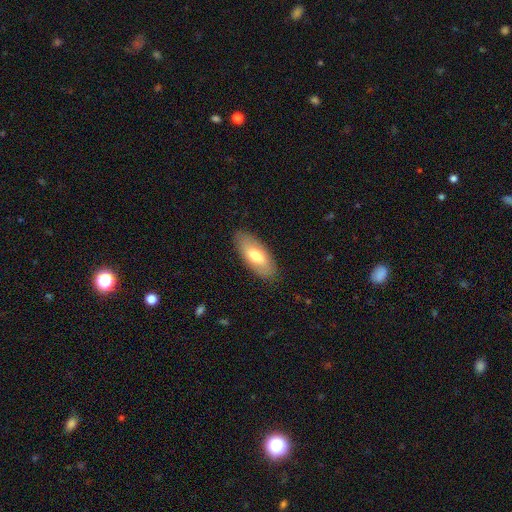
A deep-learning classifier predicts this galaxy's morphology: This appears to be a smooth galaxy with no disk features (70%) that is in between round and cigar-shaped (85%). Merging: none (86%).